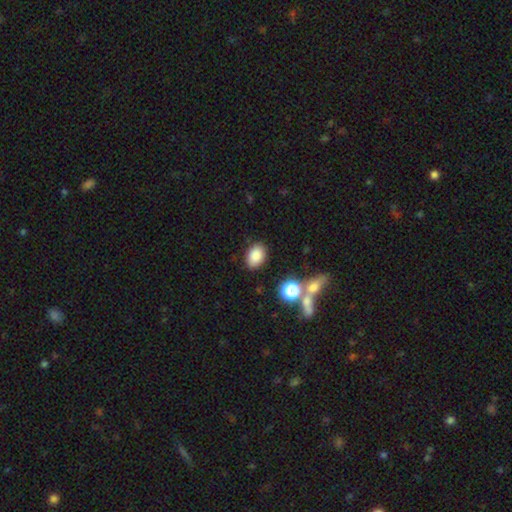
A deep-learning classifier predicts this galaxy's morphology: smooth 84%, star or artifact 10%, featured or disk 6%. Down the decision tree: how rounded — in between (80%); merging — none (83%).